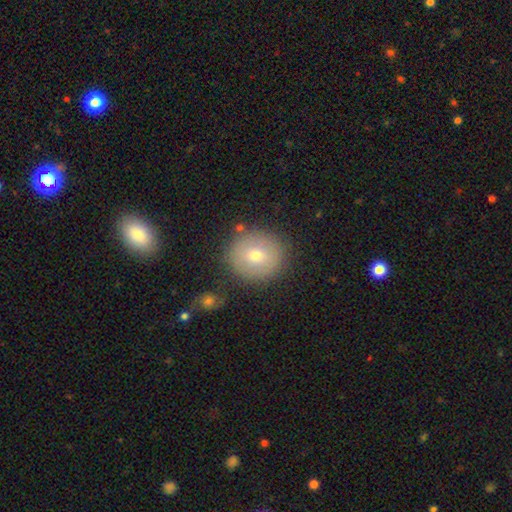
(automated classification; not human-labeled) A smooth galaxy with no disk features (69%) that is round (89%). Merging: none (84%).